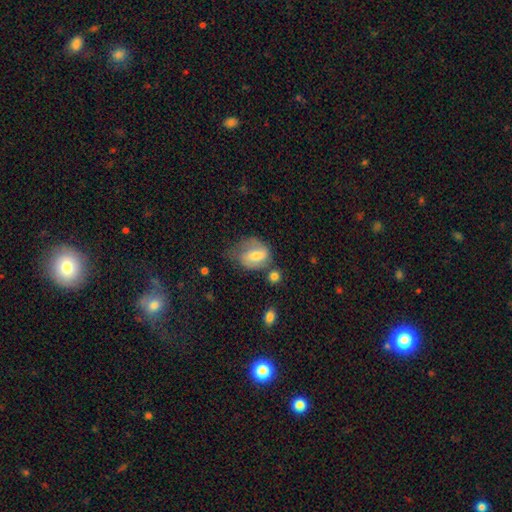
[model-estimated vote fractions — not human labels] Smooth or featured? Predicted: smooth (p=0.48). Merging? Predicted: none (p=0.39).